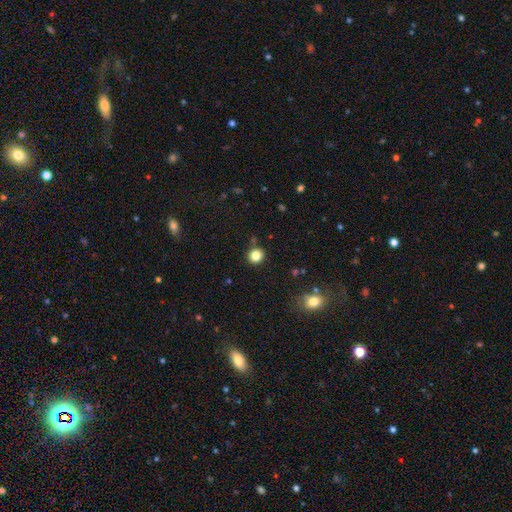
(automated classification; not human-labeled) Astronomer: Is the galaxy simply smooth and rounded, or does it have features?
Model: smooth — 83%.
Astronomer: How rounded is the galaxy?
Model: round — 90%.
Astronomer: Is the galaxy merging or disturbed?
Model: none — 87%.